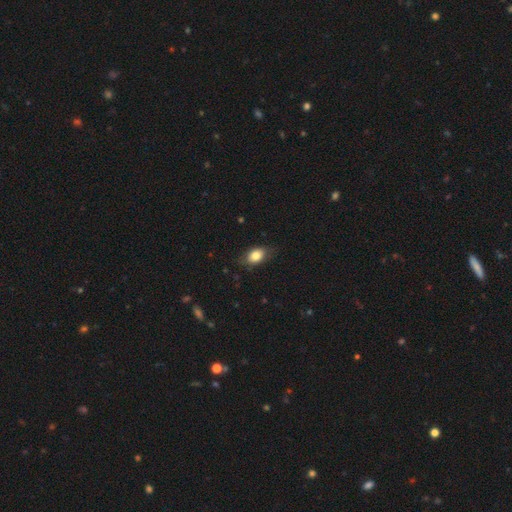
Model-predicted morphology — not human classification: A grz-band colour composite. It shows a smooth galaxy with no disk features (80%) that is in between round and cigar-shaped (83%). Merging: none (75%).